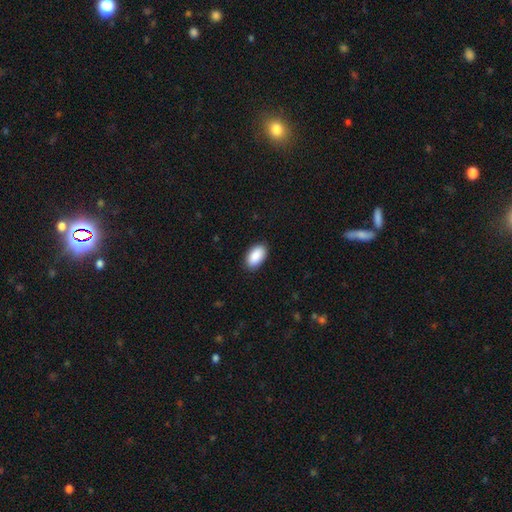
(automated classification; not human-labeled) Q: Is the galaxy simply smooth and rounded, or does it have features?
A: smooth — 91%.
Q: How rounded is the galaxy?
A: in between — 95%.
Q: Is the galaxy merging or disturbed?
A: none — 89%.